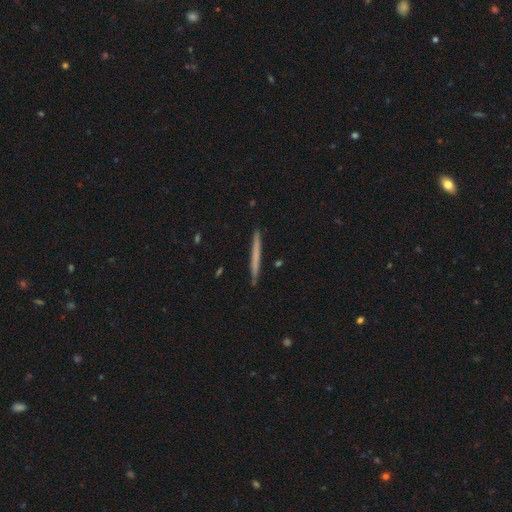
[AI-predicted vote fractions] Morphology: type=smooth (56%); roundness=cigar-shaped (97%); merging=none (92%).